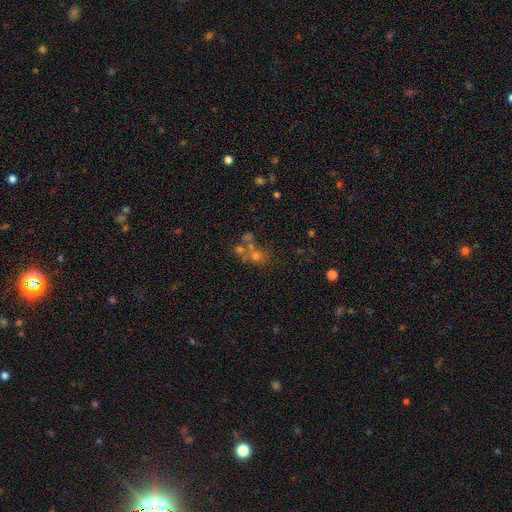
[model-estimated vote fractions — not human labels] Smooth or featured?
  - smooth: 47% *
  - star or artifact: 30%
  - featured or disk: 23%
Merging?
  - none: 44% *
  - merger: 40%
  - minor disturbance: 9%
  - major disturbance: 7%